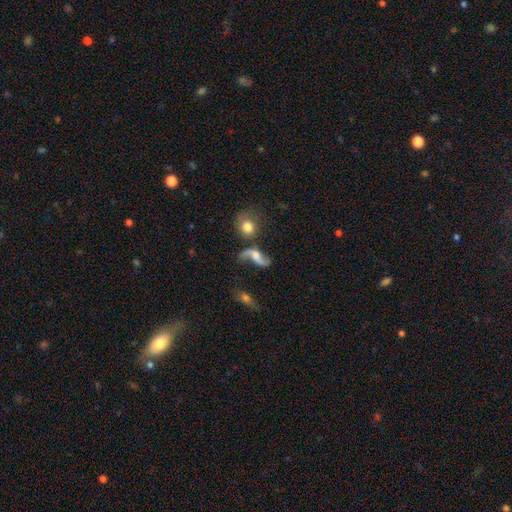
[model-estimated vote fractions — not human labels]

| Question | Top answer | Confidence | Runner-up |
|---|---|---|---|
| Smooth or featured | featured or disk | 73% | smooth (18%) |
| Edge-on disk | no | 94% | yes (6%) |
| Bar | no | 51% | weak (37%) |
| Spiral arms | yes | 91% | no (9%) |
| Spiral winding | loose | 89% | medium (9%) |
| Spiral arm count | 2 | 90% | 1 (5%) |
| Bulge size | moderate | 38% | small (26%) |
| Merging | none | 47% | merger (20%) |